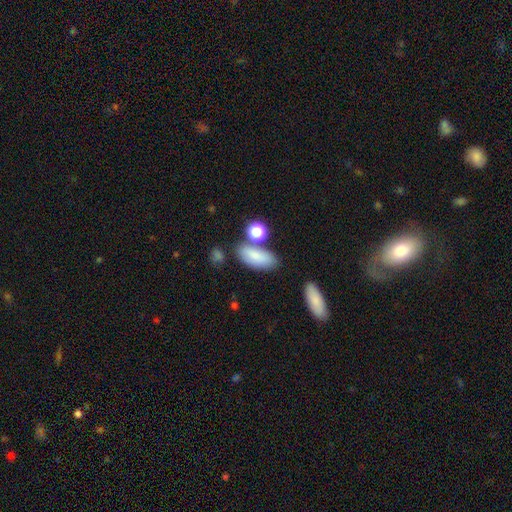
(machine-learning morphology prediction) A smooth galaxy with no disk features (80%) that is in between round and cigar-shaped (84%). Merging: none (64%).